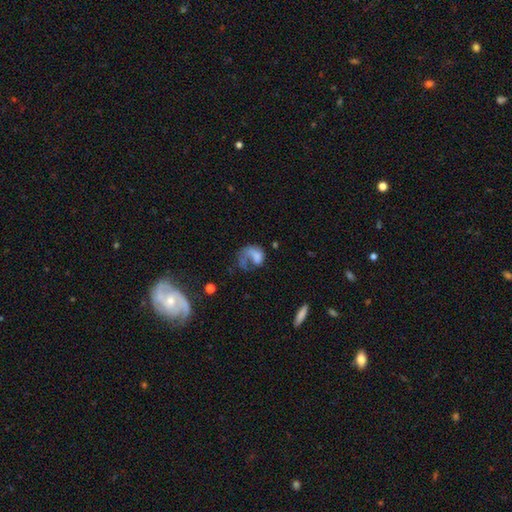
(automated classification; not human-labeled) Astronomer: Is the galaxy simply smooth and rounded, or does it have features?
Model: smooth — 45%, tied with featured or disk at 45%.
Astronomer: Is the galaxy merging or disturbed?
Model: major disturbance — 55%.